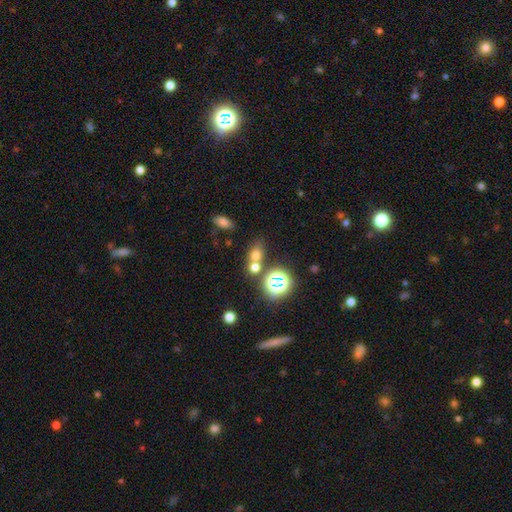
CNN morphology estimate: A smooth galaxy with no disk features (61%) that is in between round and cigar-shaped (52%). Merging: none (51%).